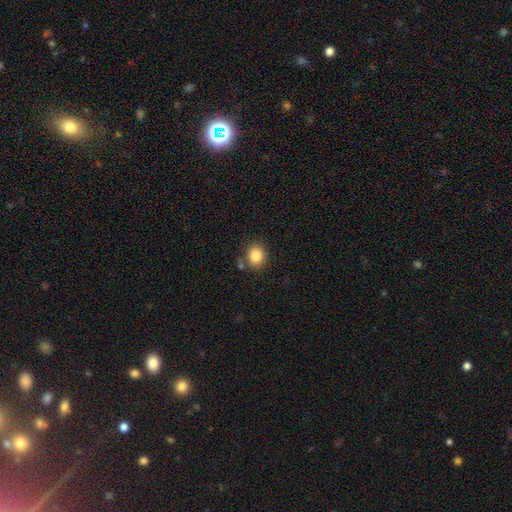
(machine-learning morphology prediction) Smooth or featured: smooth — 85% (star or artifact — 10%)
How rounded: round — 65% (in between — 34%)
Merging: none — 79% (minor disturbance — 11%)